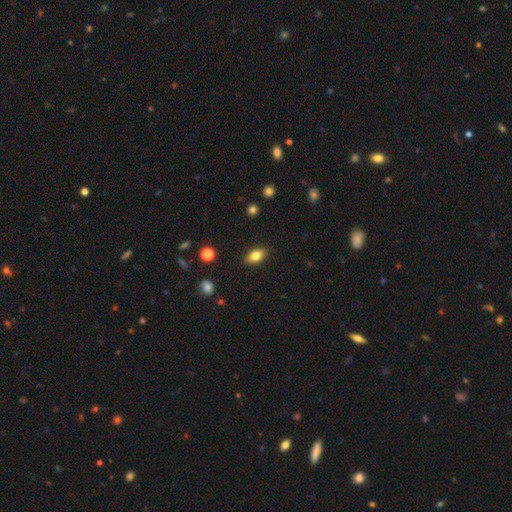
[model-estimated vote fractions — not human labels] smooth 81%, featured or disk 11%, star or artifact 9%. Down the decision tree: how rounded — in between (87%); merging — none (87%).